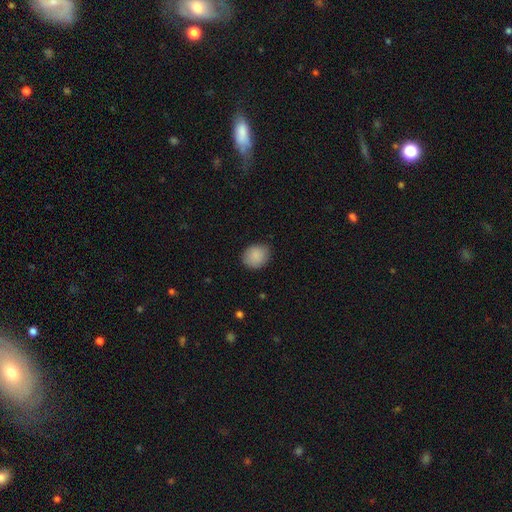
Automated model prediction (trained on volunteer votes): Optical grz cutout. It shows a smooth galaxy with no disk features (89%) that is round (60%). Merging: none (81%).